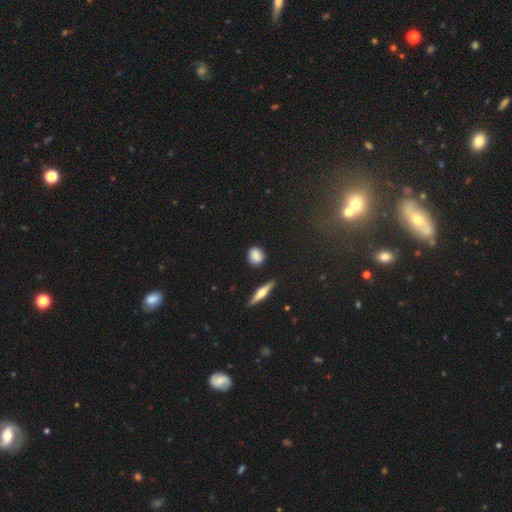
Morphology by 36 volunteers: Overall: smooth (83%). How rounded: round (70%). Merging: none (85%).